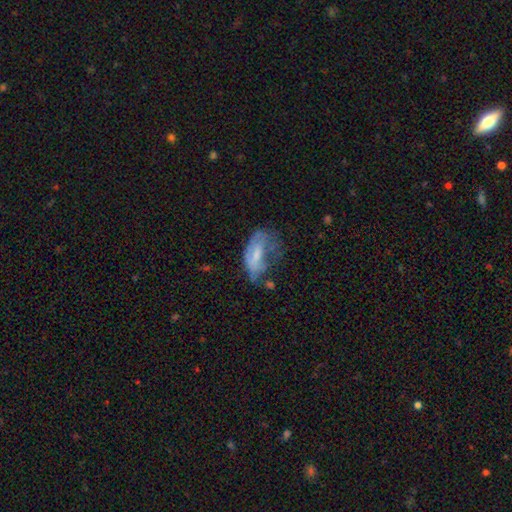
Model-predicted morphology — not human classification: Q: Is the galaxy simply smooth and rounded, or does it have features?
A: smooth — 48%.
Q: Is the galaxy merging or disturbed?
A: major disturbance — 39%.